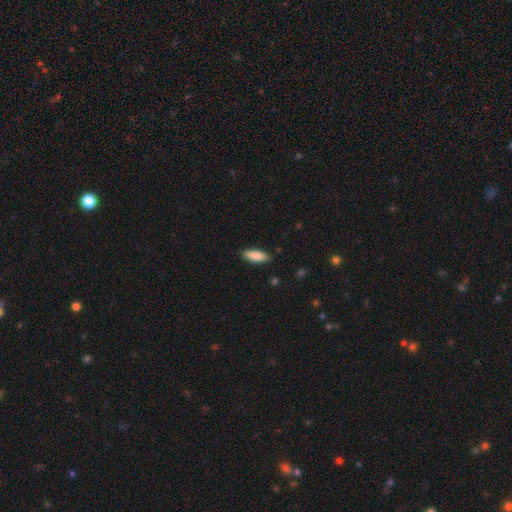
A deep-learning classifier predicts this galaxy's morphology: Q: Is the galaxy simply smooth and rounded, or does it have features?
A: smooth — 84%.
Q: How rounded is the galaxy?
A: in between — 70%.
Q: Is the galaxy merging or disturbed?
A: none — 87%.